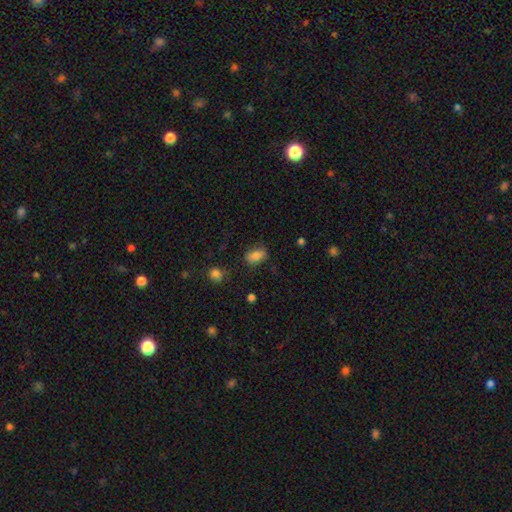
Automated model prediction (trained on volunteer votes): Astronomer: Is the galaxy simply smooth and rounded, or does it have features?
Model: smooth — 82%.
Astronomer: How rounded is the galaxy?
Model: in between — 87%.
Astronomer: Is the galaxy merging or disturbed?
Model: none — 76%.